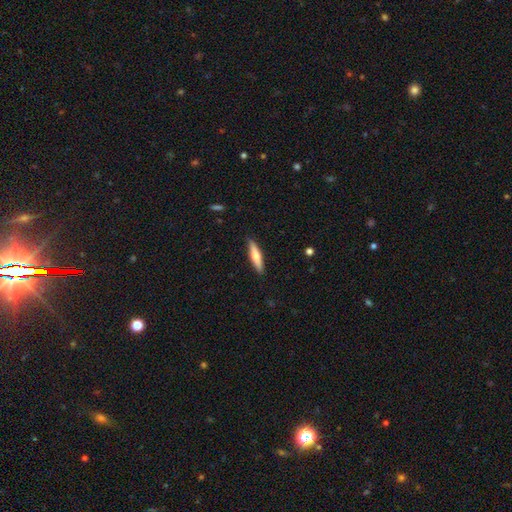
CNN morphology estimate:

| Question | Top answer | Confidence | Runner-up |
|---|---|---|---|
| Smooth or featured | smooth | 53% | featured or disk (42%) |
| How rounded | cigar-shaped | 83% | in between (15%) |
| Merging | none | 89% | minor disturbance (8%) |